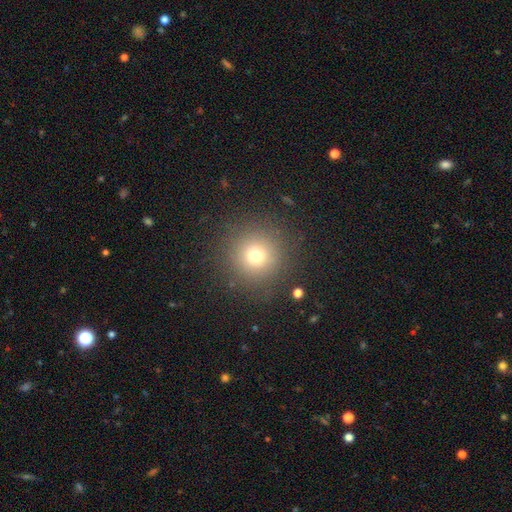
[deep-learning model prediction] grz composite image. It shows a smooth galaxy with no disk features (72%) that is round (95%). Merging: none (88%).